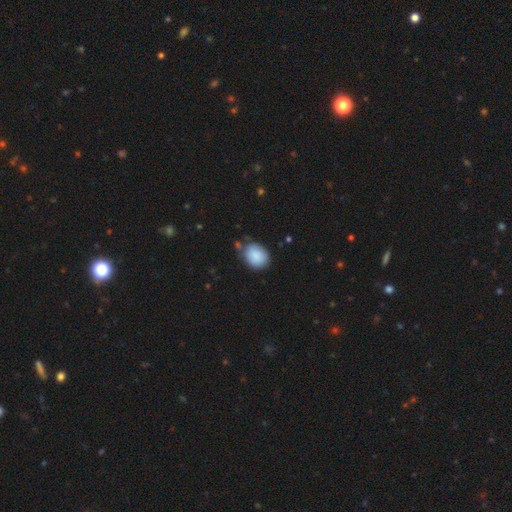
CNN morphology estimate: type=smooth (88%); roundness=round (52%); merging=none (68%).